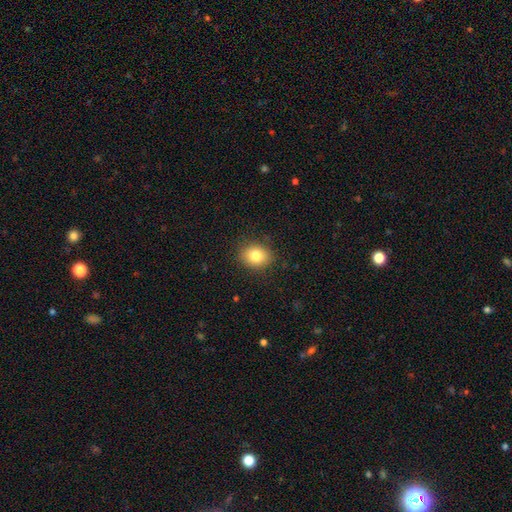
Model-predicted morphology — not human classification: Smooth or featured?
  - smooth: 81% *
  - star or artifact: 10%
  - featured or disk: 9%
How rounded?
  - round: 52% *
  - in between: 47%
  - cigar-shaped: 1%
Merging?
  - none: 87% *
  - minor disturbance: 9%
  - major disturbance: 3%
  - merger: 1%